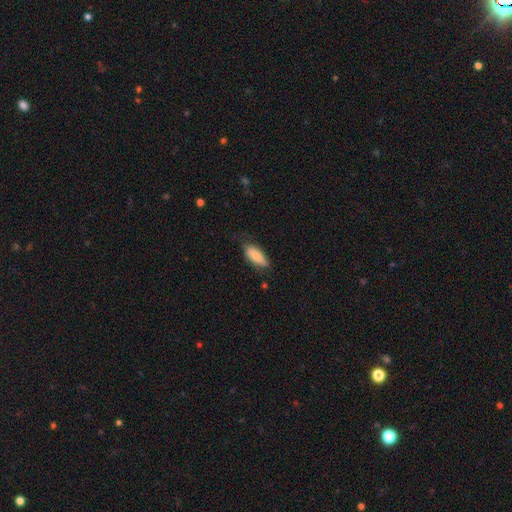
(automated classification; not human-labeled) Smooth or featured: smooth — 80% (featured or disk — 14%)
How rounded: in between — 79% (cigar-shaped — 19%)
Merging: none — 64% (minor disturbance — 28%)